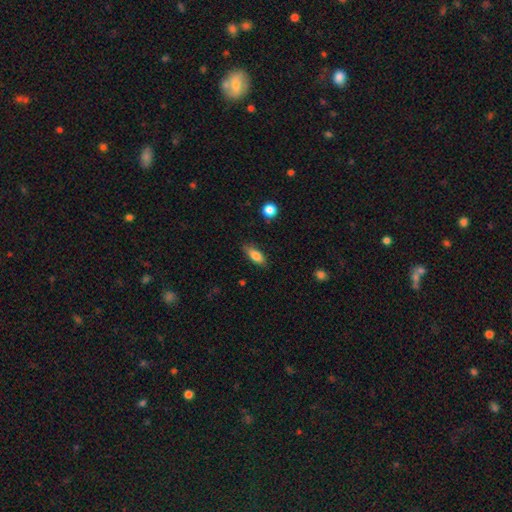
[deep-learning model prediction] Smooth or featured? smooth (81%)
How rounded? in between (77%)
Merging? none (81%)